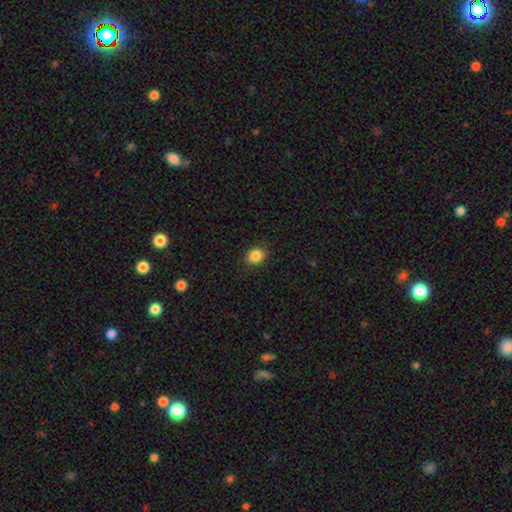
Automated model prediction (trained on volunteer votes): This appears to be a smooth galaxy with no disk features (86%) that is round (55%). Merging: none (87%).